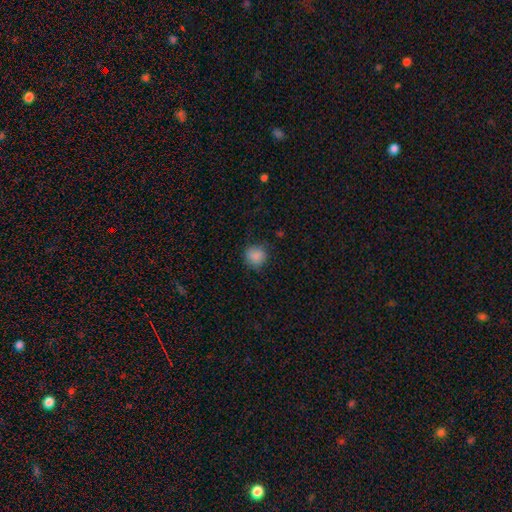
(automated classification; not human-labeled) smooth-or-featured: smooth: 86% | star or artifact: 10% | featured or disk: 4%
  how-rounded: round: 89% | in between: 10% | cigar-shaped: 1%
  merging: none: 79% | minor disturbance: 16% | major disturbance: 4% | merger: 1%